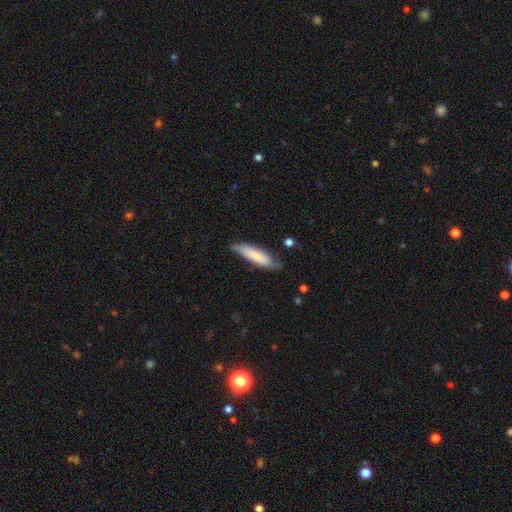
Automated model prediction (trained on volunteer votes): Smooth or featured? smooth (74%)
How rounded? cigar-shaped (69%)
Merging? none (64%)